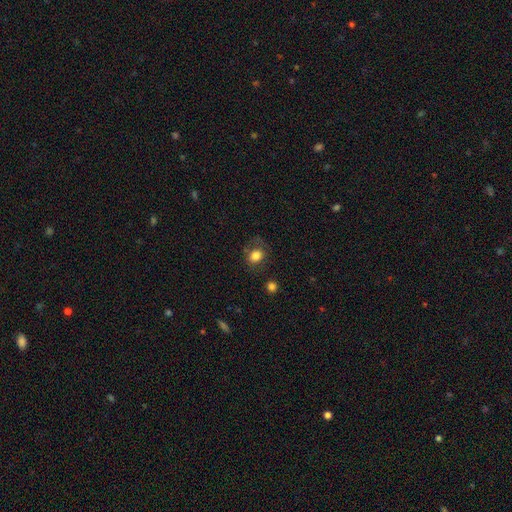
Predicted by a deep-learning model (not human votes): Smooth or featured? smooth (79%)
How rounded? round (57%)
Merging? none (66%)